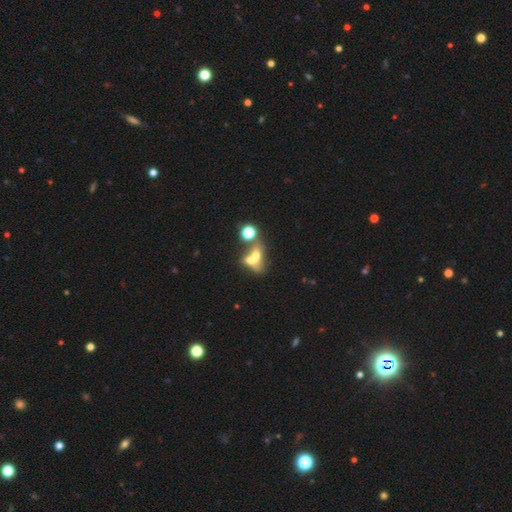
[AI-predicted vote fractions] This appears to be a smooth galaxy with no disk features (55%) that is in between round and cigar-shaped (57%). Merging: merger (66%).